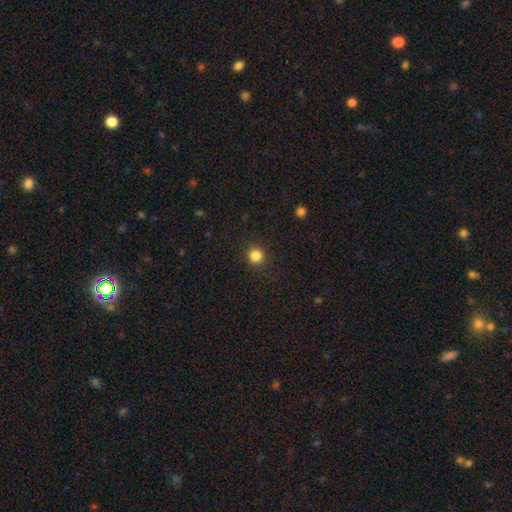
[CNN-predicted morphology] smooth_or_featured: smooth (p=0.85) [alt: star or artifact p=0.12]
how_rounded: round (p=0.92) [alt: in between p=0.07]
merging: none (p=0.90) [alt: minor disturbance p=0.06]